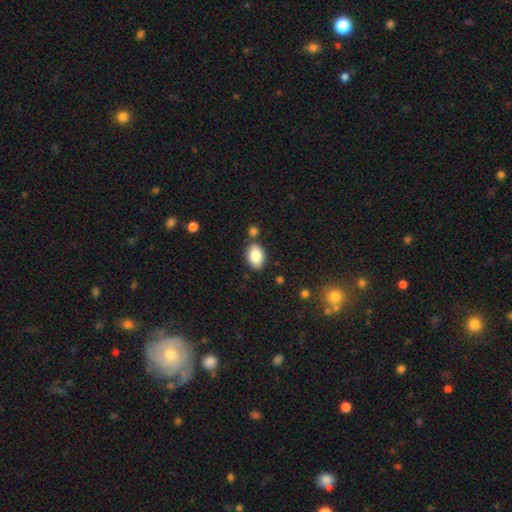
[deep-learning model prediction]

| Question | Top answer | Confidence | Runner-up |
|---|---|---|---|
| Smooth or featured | smooth | 84% | featured or disk (8%) |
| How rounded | in between | 88% | round (11%) |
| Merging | none | 76% | minor disturbance (12%) |